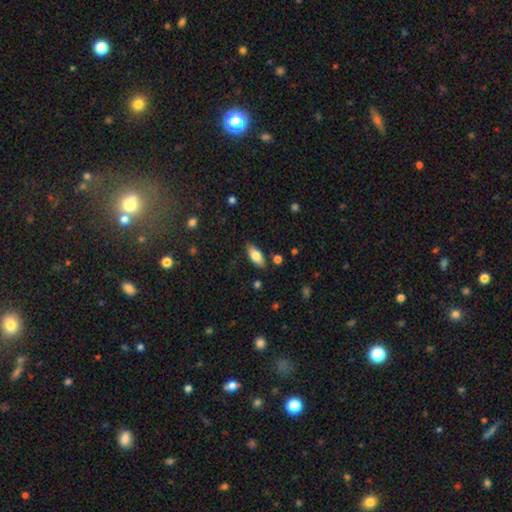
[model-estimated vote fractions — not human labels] The model was most divided on "smooth or featured": smooth: 74%, featured or disk: 19%, star or artifact: 7%. More confident: merging — none (83%); how rounded — in between (82%).